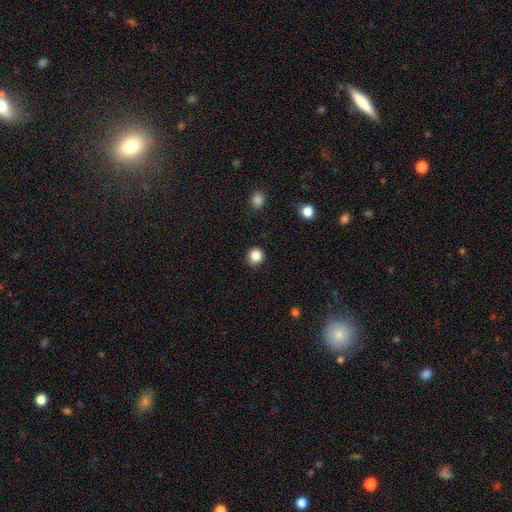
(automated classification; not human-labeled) The model was most divided on "smooth or featured": smooth: 85%, star or artifact: 11%, featured or disk: 4%. More confident: how rounded — round (90%); merging — none (88%).